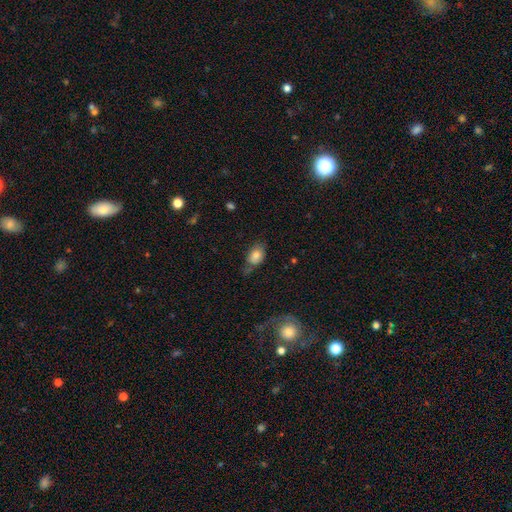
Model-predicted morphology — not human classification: Smooth or featured? Predicted: smooth (p=0.78). How rounded? Predicted: in between (p=0.84). Merging? Predicted: none (p=0.52).